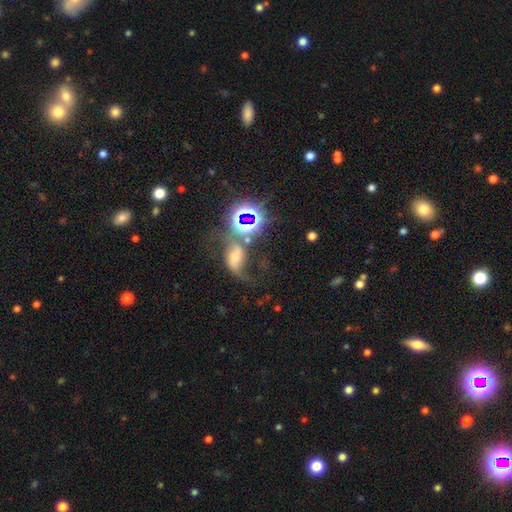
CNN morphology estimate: Overall: star or artifact (58%; smooth 22%).